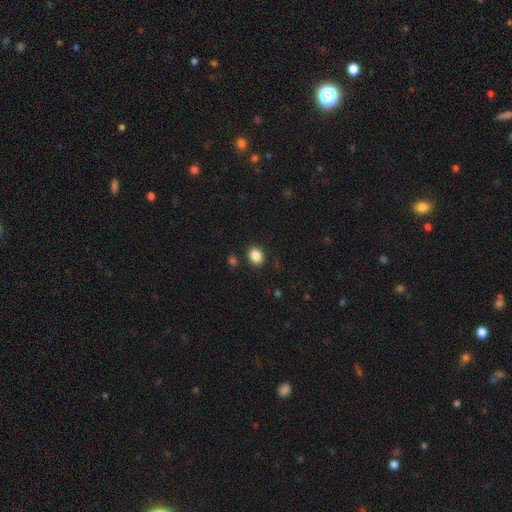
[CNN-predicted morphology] A smooth galaxy with no disk features (87%) that is in between round and cigar-shaped (53%). Merging: none (86%).